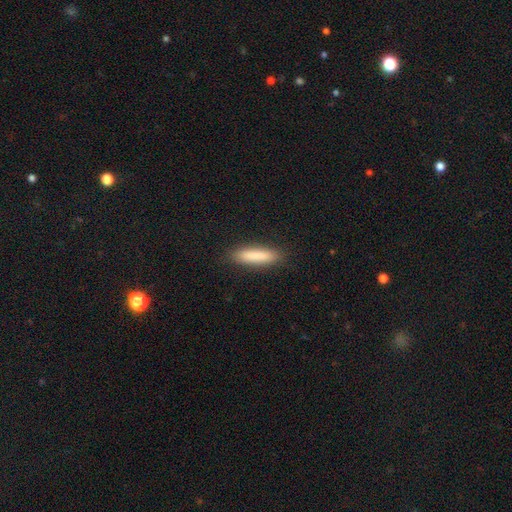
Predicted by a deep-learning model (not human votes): Smooth or featured? Predicted: smooth (p=0.85). How rounded? Predicted: cigar-shaped (p=0.82). Merging? Predicted: none (p=0.90).